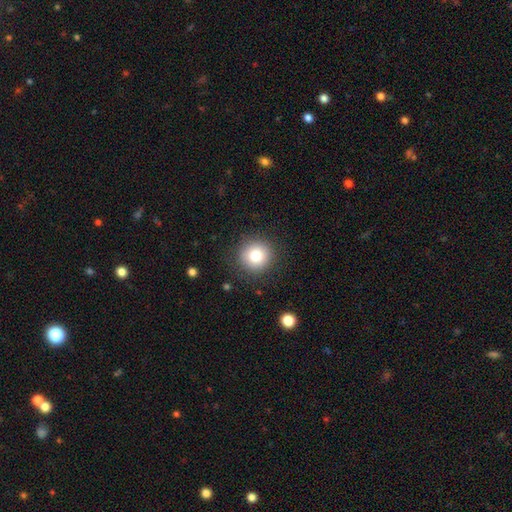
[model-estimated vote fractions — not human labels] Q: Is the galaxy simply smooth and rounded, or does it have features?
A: smooth — 81%.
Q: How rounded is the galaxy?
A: round — 94%.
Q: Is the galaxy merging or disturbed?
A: none — 89%.